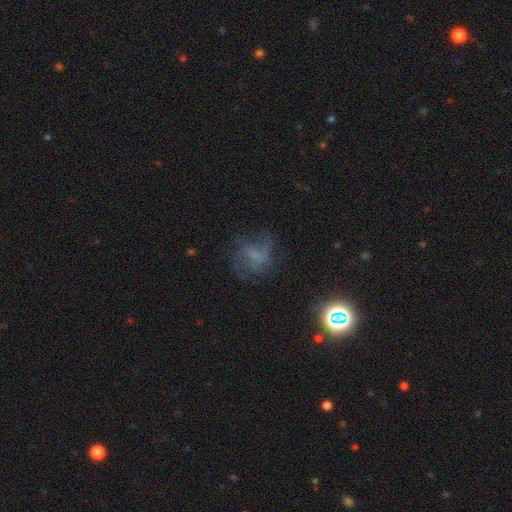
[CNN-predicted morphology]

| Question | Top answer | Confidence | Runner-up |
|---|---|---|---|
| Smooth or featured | featured or disk | 47% | smooth (32%) |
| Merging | none | 57% | major disturbance (21%) |